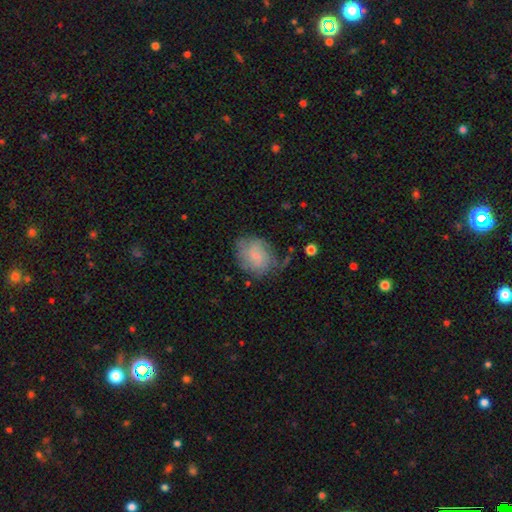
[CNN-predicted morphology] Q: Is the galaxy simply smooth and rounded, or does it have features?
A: smooth — 56%.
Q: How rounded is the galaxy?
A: round — 50%.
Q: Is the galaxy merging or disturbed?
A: none — 53%.